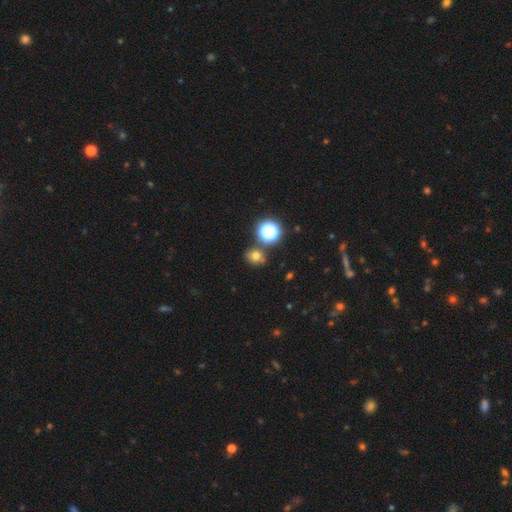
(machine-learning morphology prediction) A smooth galaxy with no disk features (66%) that is round (72%).

Vote fractions:
- Smooth or featured? smooth: 66% / star or artifact: 24% / featured or disk: 10%
- How rounded? round: 72% / in between: 27% / cigar-shaped: 1%
- Merging? none: 74% / minor disturbance: 12% / merger: 10% / major disturbance: 4%